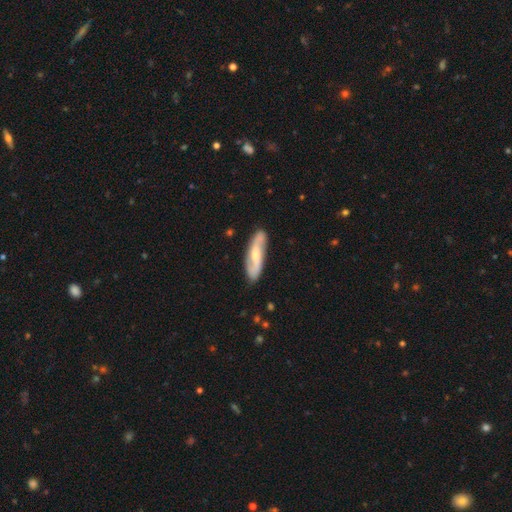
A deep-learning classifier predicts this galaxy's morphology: Smooth or featured? featured or disk (70%)
Edge-on disk? no (86%)
Bar? weak (45%)
Spiral arms? yes (93%)
Spiral winding? medium (42%)
Spiral arm count? 2 (89%)
Bulge size? moderate (51%)
Merging? none (85%)